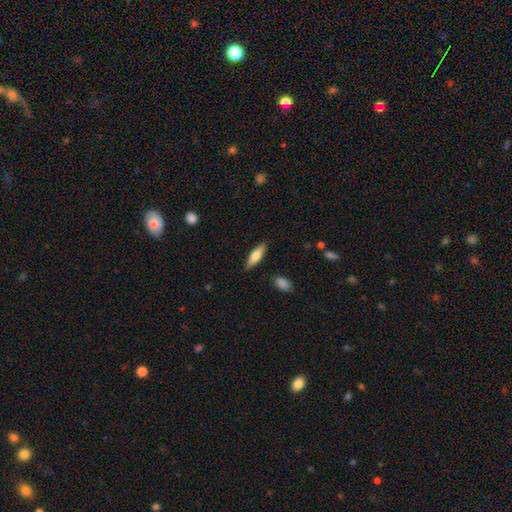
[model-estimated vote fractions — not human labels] Smooth or featured?
  - smooth: 68% *
  - featured or disk: 26%
  - star or artifact: 6%
How rounded?
  - cigar-shaped: 54% *
  - in between: 43%
  - round: 2%
Merging?
  - none: 86% *
  - minor disturbance: 10%
  - major disturbance: 2%
  - merger: 2%